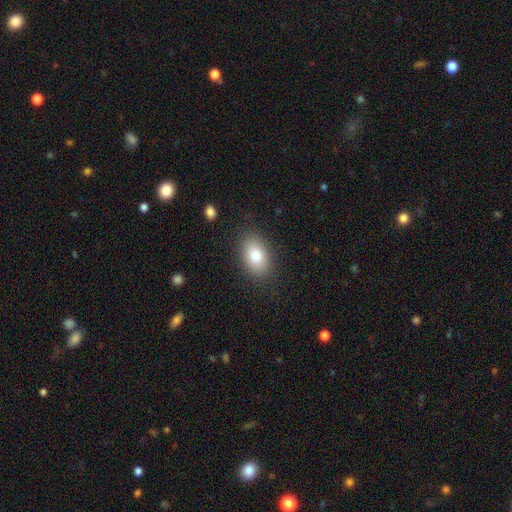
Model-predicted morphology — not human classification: Smooth or featured?
  - smooth: 80% *
  - featured or disk: 11%
  - star or artifact: 9%
How rounded?
  - in between: 85% *
  - round: 14%
  - cigar-shaped: 1%
Merging?
  - none: 85% *
  - minor disturbance: 10%
  - major disturbance: 3%
  - merger: 1%